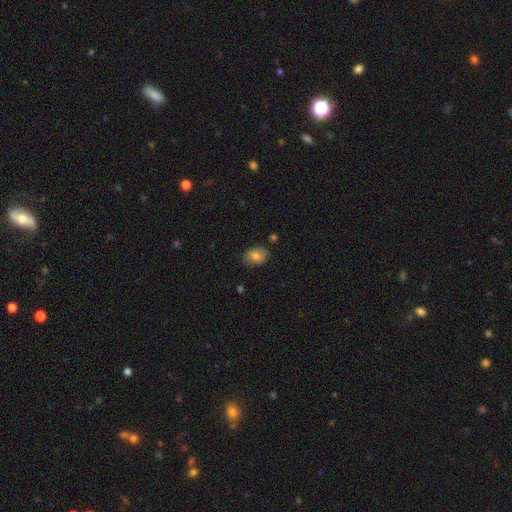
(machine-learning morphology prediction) smooth-or-featured: smooth: 78% | featured or disk: 13% | star or artifact: 8%
  how-rounded: in between: 75% | round: 24% | cigar-shaped: 1%
  merging: none: 81% | minor disturbance: 14% | major disturbance: 3% | merger: 2%